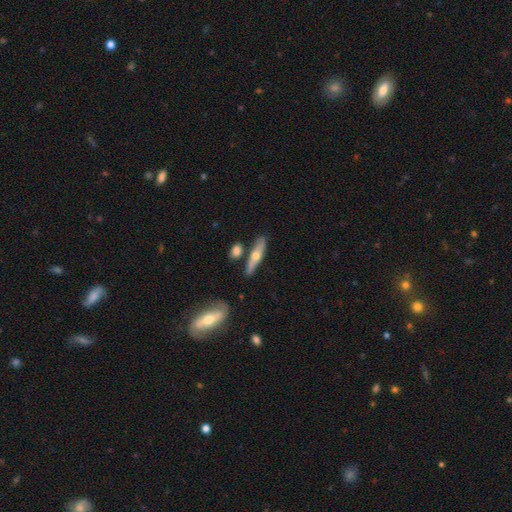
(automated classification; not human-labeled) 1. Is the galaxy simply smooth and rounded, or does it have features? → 50% featured or disk, 44% smooth, 6% star or artifact.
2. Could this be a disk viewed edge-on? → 85% yes, 15% no.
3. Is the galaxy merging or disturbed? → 76% none, 13% minor disturbance, 9% merger, 3% major disturbance.